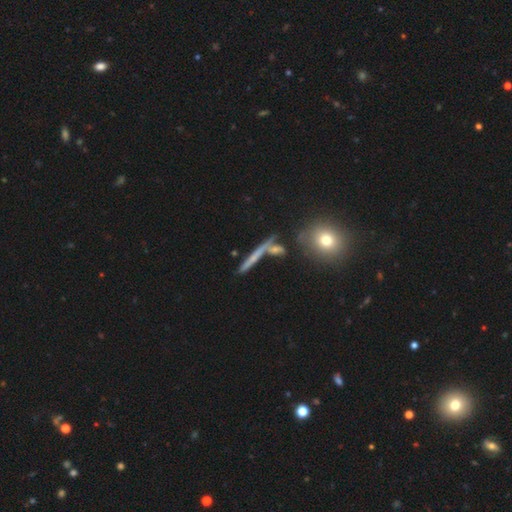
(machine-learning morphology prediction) Smooth or featured?
  - featured or disk: 47% *
  - smooth: 40%
  - star or artifact: 13%
Merging?
  - none: 65% *
  - merger: 17%
  - minor disturbance: 12%
  - major disturbance: 6%